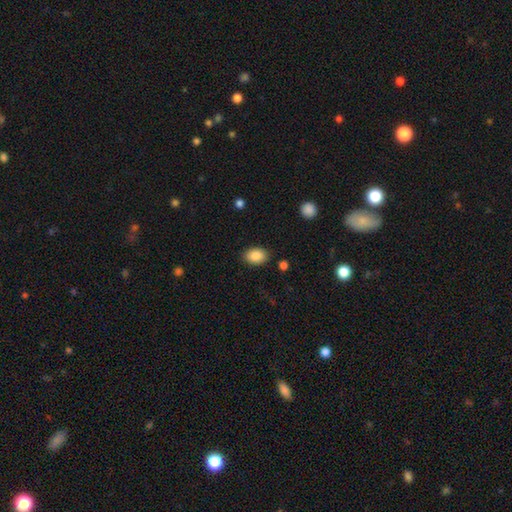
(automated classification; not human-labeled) Smooth or featured?
  - smooth: 87% *
  - star or artifact: 8%
  - featured or disk: 5%
How rounded?
  - in between: 83% *
  - round: 16%
  - cigar-shaped: 1%
Merging?
  - none: 87% *
  - minor disturbance: 9%
  - major disturbance: 2%
  - merger: 2%